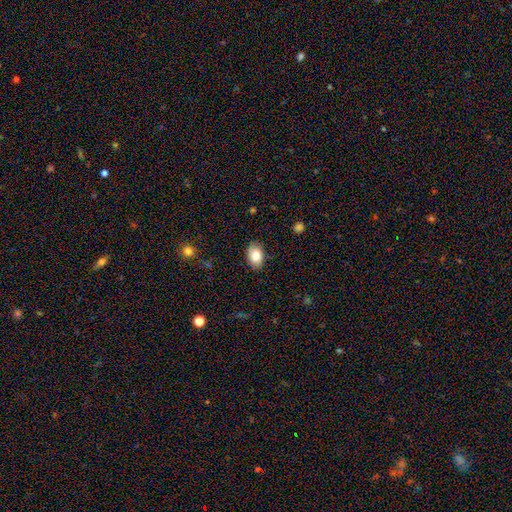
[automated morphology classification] Smooth or featured? Predicted: smooth (p=0.84). How rounded? Predicted: in between (p=0.89). Merging? Predicted: none (p=0.83).